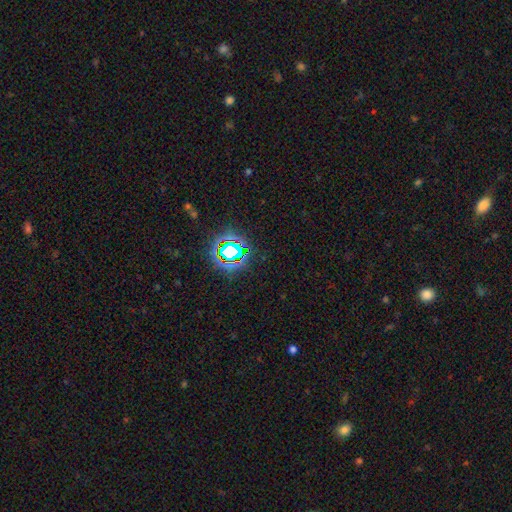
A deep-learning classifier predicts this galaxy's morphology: Smooth or featured? star or artifact (79%)